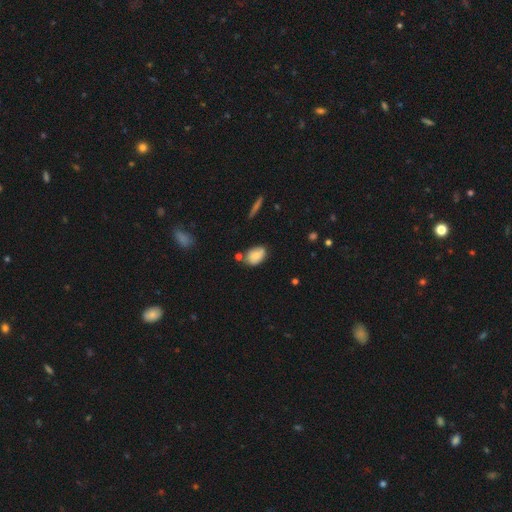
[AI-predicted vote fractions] Smooth or featured? Predicted: smooth (p=0.80). How rounded? Predicted: in between (p=0.85). Merging? Predicted: none (p=0.66).